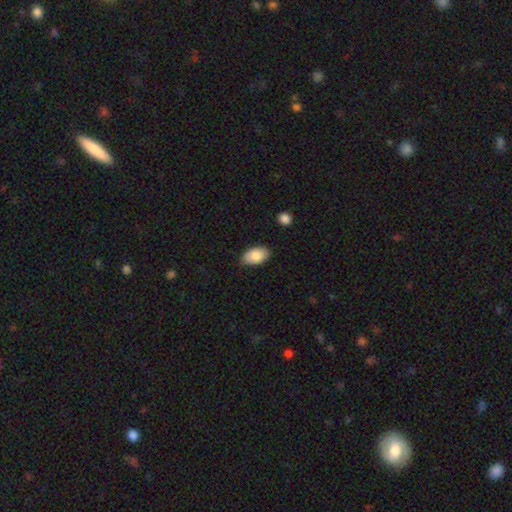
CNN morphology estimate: Overall: smooth (83%). How rounded: in between (94%). Merging: none (84%).